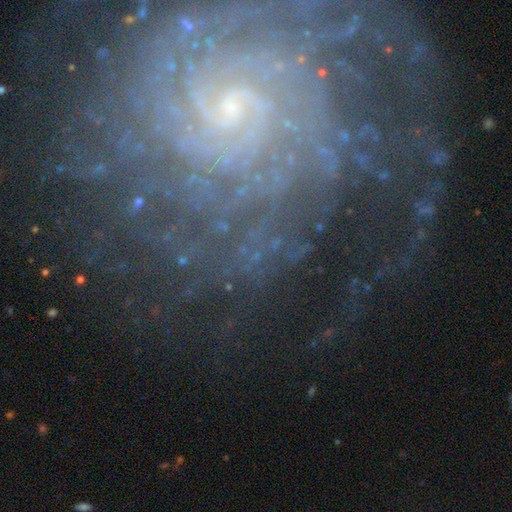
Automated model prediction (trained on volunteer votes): Smooth or featured: featured or disk — 77% (star or artifact — 16%)
Edge-on disk: no — 97% (yes — 3%)
Bar: no — 55% (weak — 30%)
Spiral arms: yes — 96% (no — 4%)
Spiral winding: tight — 75% (medium — 19%)
Spiral arm count: can't tell — 28% (more than 4 — 20%)
Bulge size: small — 75% (moderate — 15%)
Merging: none — 73% (minor disturbance — 14%)